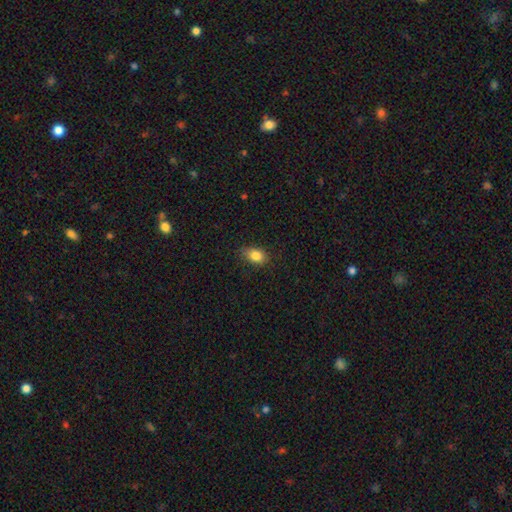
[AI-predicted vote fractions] smooth-or-featured: smooth: 83% | star or artifact: 10% | featured or disk: 7%
  how-rounded: in between: 76% | round: 22% | cigar-shaped: 2%
  merging: none: 79% | minor disturbance: 17% | major disturbance: 3% | merger: 1%